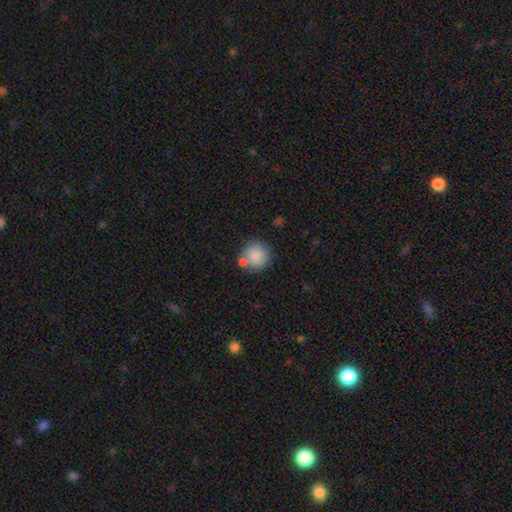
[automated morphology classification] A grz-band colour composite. It shows a smooth galaxy with no disk features (84%) that is round (91%). Merging: none (62%).